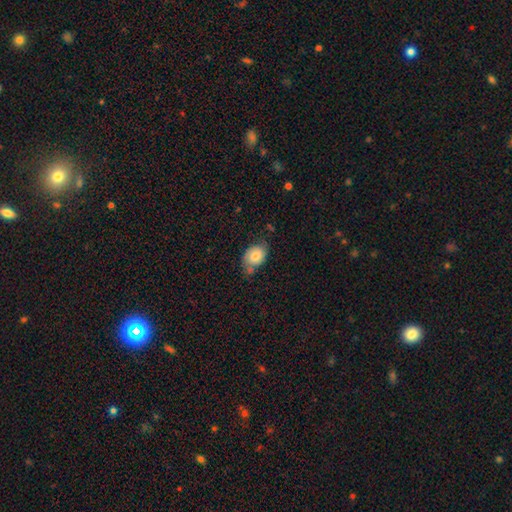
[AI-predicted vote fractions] Smooth or featured?
  - smooth: 73% *
  - featured or disk: 19%
  - star or artifact: 8%
How rounded?
  - in between: 71% *
  - round: 28%
  - cigar-shaped: 1%
Merging?
  - none: 52% *
  - minor disturbance: 32%
  - major disturbance: 9%
  - merger: 7%